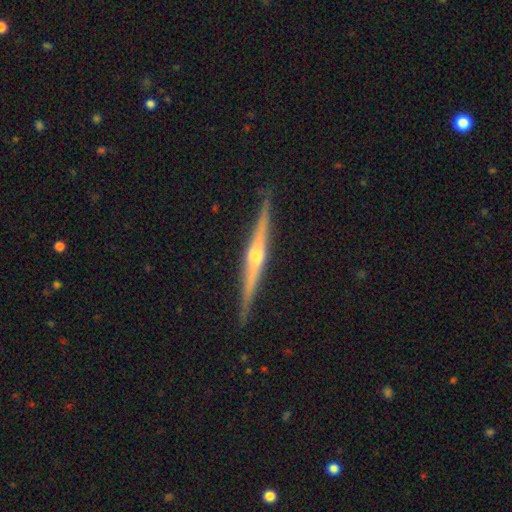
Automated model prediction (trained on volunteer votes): Smooth or featured? featured or disk (78%)
Edge-on disk? yes (98%)
Edge-on bulge? rounded (87%)
Merging? none (88%)